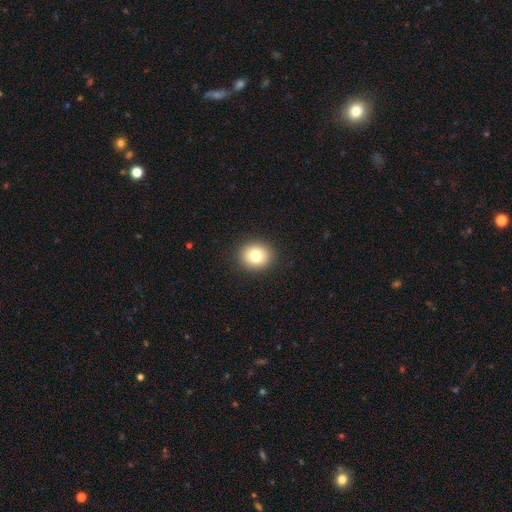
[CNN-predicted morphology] Overall: smooth (79%). How rounded: round (73%). Merging: none (91%).